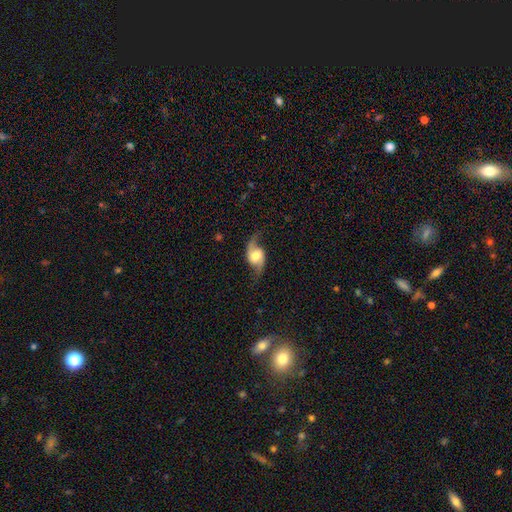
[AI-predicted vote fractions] smooth_or_featured: featured or disk (p=0.85) [alt: smooth p=0.09]
disk_edge_on: no (p=0.96) [alt: yes p=0.04]
bar: no (p=0.58) [alt: weak p=0.31]
has_spiral_arms: yes (p=0.96) [alt: no p=0.04]
spiral_winding: loose (p=0.77) [alt: medium p=0.19]
spiral_arm_count: 2 (p=0.94) [alt: 1 p=0.02]
bulge_size: moderate (p=0.54) [alt: large p=0.25]
merging: none (p=0.78) [alt: minor disturbance p=0.14]